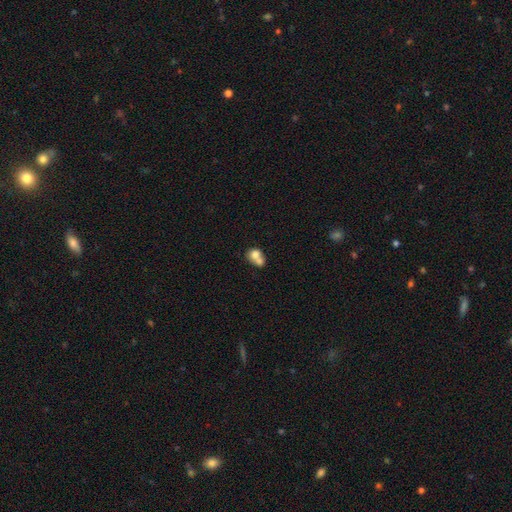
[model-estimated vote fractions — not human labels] smooth-or-featured: smooth: 71% | featured or disk: 20% | star or artifact: 9%
  how-rounded: round: 56% | in between: 42% | cigar-shaped: 1%
  merging: merger: 64% | none: 22% | minor disturbance: 9% | major disturbance: 5%